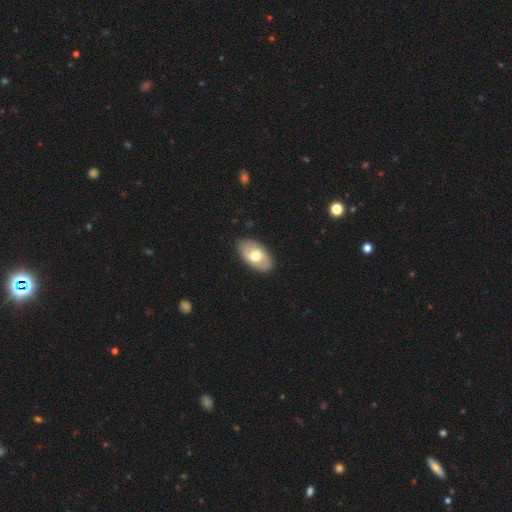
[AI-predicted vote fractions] smooth 58%, featured or disk 37%, star or artifact 5%. Down the decision tree: how rounded — in between (93%); merging — none (87%).